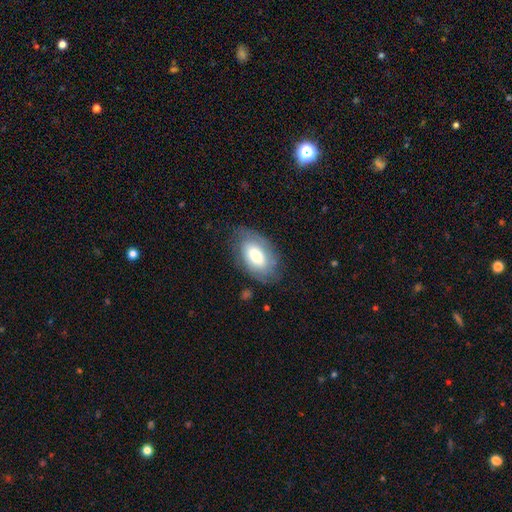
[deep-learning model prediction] Q: Smooth or featured?
A: smooth (59%); runner-up: featured or disk (34%)
Q: How rounded?
A: in between (93%); runner-up: round (5%)
Q: Merging?
A: none (70%); runner-up: minor disturbance (21%)